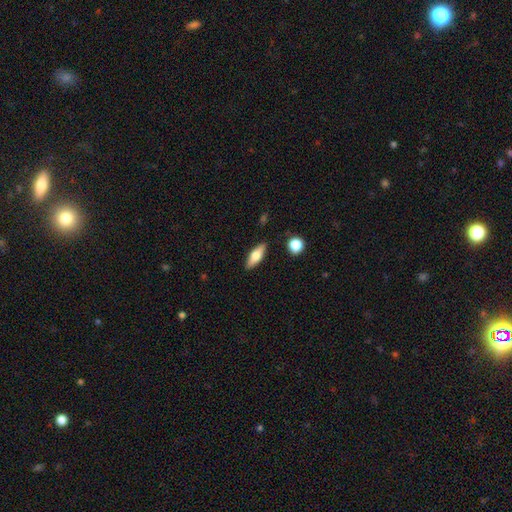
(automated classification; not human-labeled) Morphology: type=smooth (64%); roundness=in between (61%); merging=none (86%).